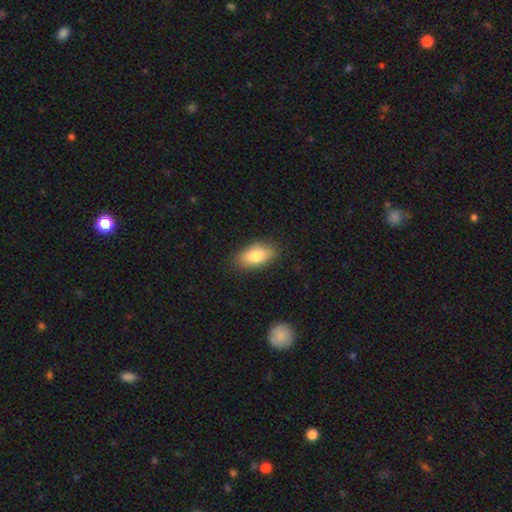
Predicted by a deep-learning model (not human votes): Q: Smooth or featured?
A: smooth (80%); runner-up: featured or disk (13%)
Q: How rounded?
A: in between (89%); runner-up: cigar-shaped (7%)
Q: Merging?
A: none (86%); runner-up: minor disturbance (11%)